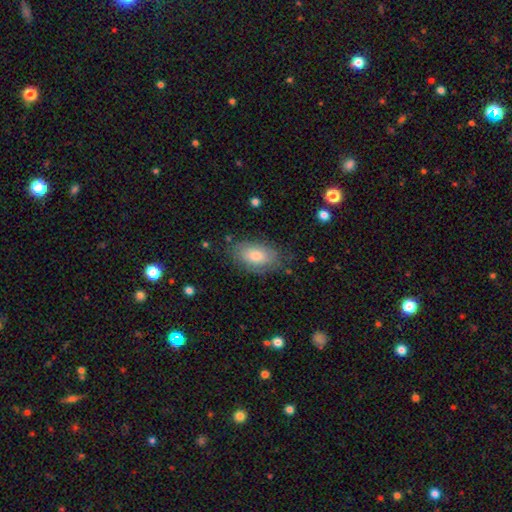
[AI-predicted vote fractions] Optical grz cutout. It shows a smooth galaxy with no disk features (68%) that is in between round and cigar-shaped (92%). Merging: none (73%).